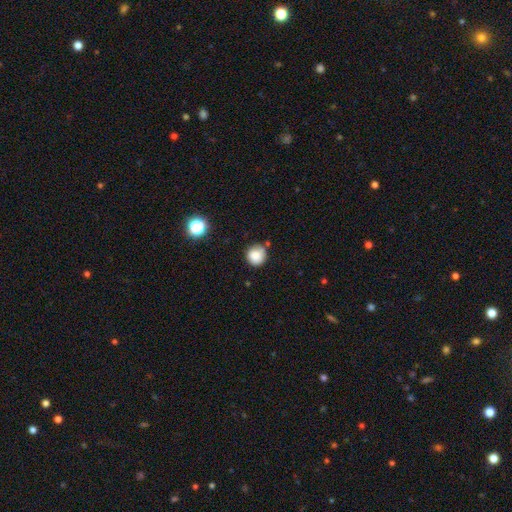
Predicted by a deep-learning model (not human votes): smooth_or_featured: smooth (p=0.84) [alt: star or artifact p=0.11]
how_rounded: round (p=0.91) [alt: in between p=0.08]
merging: none (p=0.71) [alt: minor disturbance p=0.18]